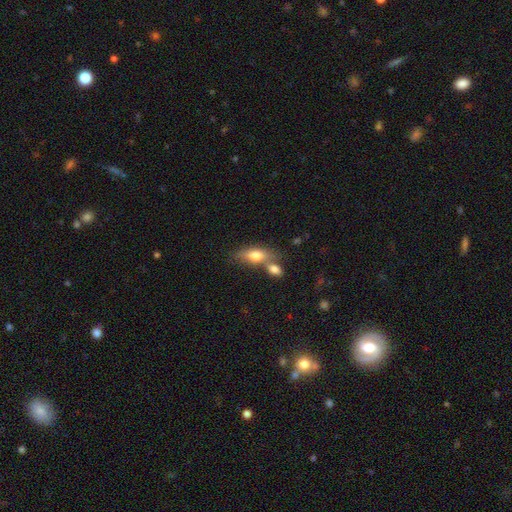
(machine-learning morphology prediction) This appears to be a smooth galaxy with no disk features (69%) that is in between round and cigar-shaped (74%). Merging: none (42%, tied with merger).